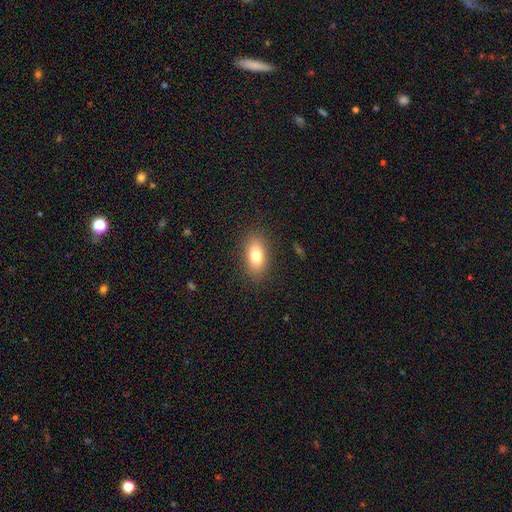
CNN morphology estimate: Q: Smooth or featured?
A: smooth (77%); runner-up: featured or disk (14%)
Q: How rounded?
A: in between (86%); runner-up: round (8%)
Q: Merging?
A: none (86%); runner-up: minor disturbance (10%)